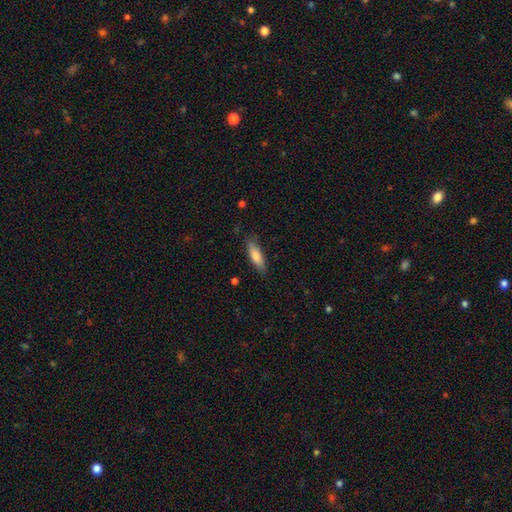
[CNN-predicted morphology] Smooth or featured: smooth — 77% (featured or disk — 17%)
How rounded: cigar-shaped — 59% (in between — 40%)
Merging: none — 83% (minor disturbance — 13%)